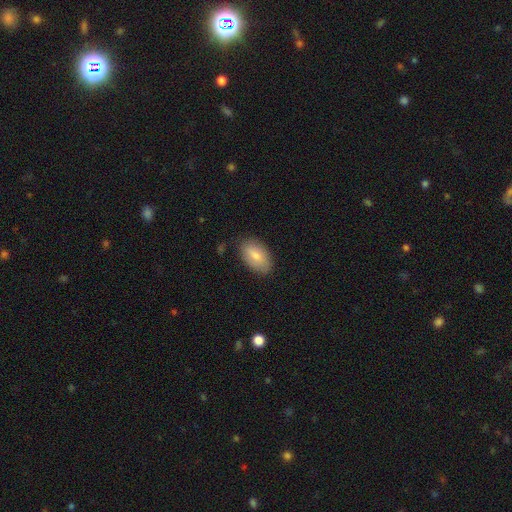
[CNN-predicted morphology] Smooth or featured? smooth (80%)
How rounded? in between (94%)
Merging? none (82%)